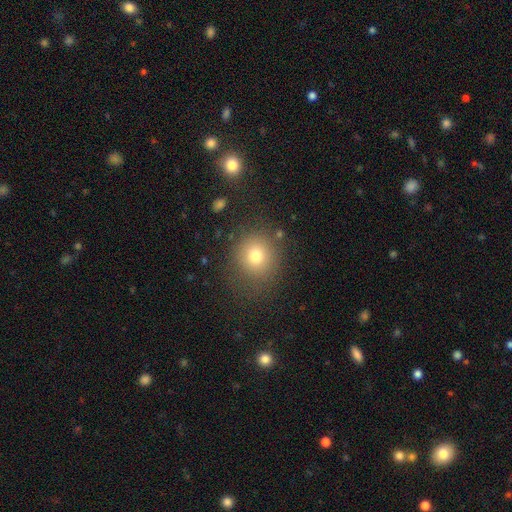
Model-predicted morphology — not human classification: Smooth or featured? smooth (75%)
How rounded? round (85%)
Merging? none (80%)